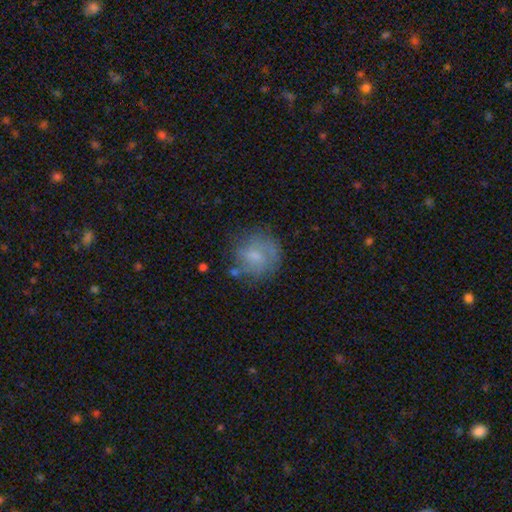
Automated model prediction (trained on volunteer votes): Smooth or featured: smooth — 56% (featured or disk — 35%)
How rounded: round — 84% (in between — 14%)
Merging: none — 64% (minor disturbance — 21%)